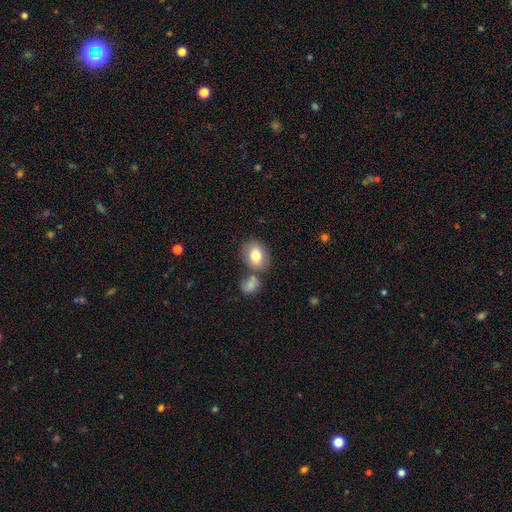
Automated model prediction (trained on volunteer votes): smooth_or_featured: smooth (p=0.79) [alt: featured or disk p=0.13]
how_rounded: in between (p=0.61) [alt: round p=0.38]
merging: none (p=0.64) [alt: merger p=0.19]